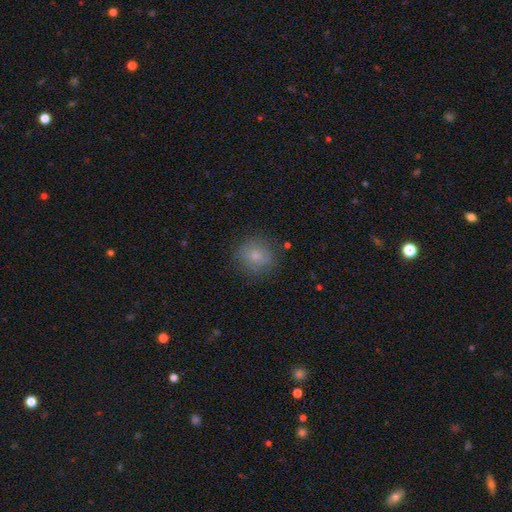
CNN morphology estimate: Overall: smooth (80%). How rounded: round (86%). Merging: none (82%).